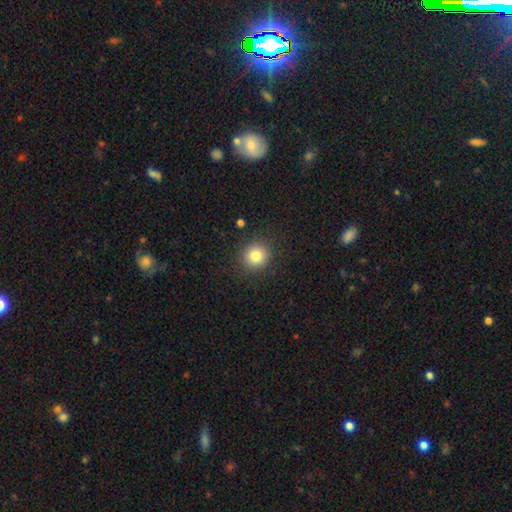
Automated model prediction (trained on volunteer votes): A smooth galaxy with no disk features (82%) that is round (89%). Merging: none (89%).